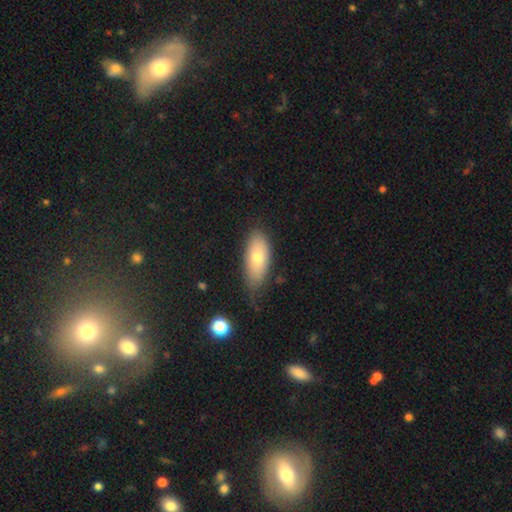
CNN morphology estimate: A smooth galaxy with no disk features (72%) that is in between round and cigar-shaped (86%).

Vote fractions:
- Smooth or featured? smooth: 72% / featured or disk: 20% / star or artifact: 7%
- How rounded? in between: 86% / cigar-shaped: 11% / round: 3%
- Merging? none: 66% / minor disturbance: 25% / major disturbance: 7% / merger: 2%